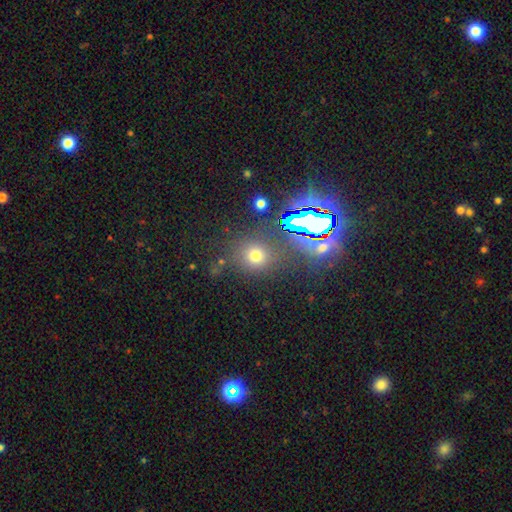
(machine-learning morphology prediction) Overall: smooth (65%; star or artifact 27%). How rounded: round (86%). Merging: none (78%).